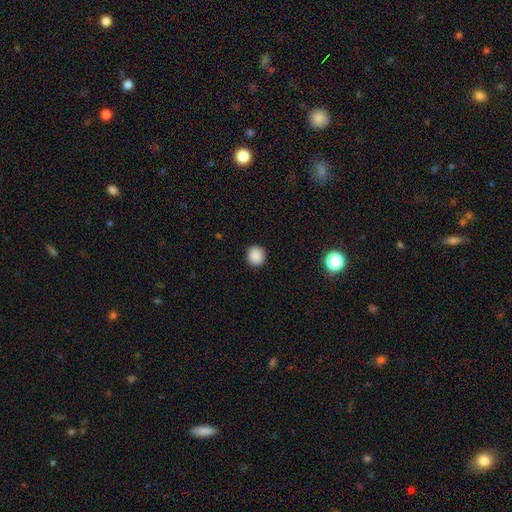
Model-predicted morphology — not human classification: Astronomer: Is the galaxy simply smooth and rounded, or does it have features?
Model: smooth — 88%.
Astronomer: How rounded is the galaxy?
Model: round — 91%.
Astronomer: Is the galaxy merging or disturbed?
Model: none — 92%.